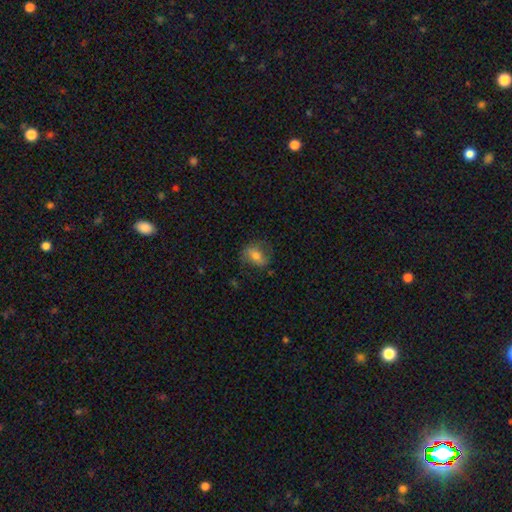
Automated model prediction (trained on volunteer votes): smooth 63%, featured or disk 28%, star or artifact 9%. Down the decision tree: how rounded — in between (72%); merging — none (69%).